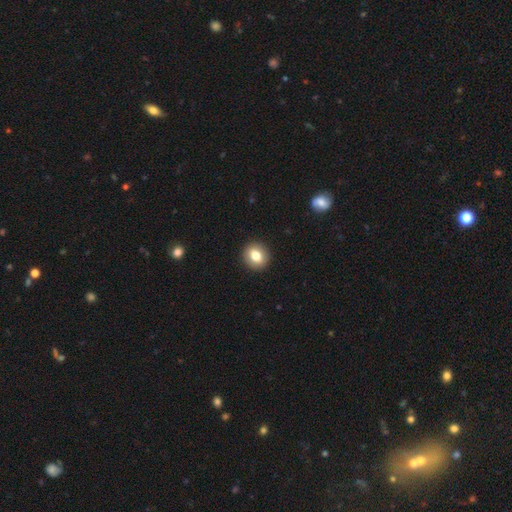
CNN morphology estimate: smooth-or-featured: smooth: 78% | featured or disk: 13% | star or artifact: 9%
  how-rounded: round: 79% | in between: 20% | cigar-shaped: 1%
  merging: none: 92% | minor disturbance: 5% | major disturbance: 2% | merger: 1%